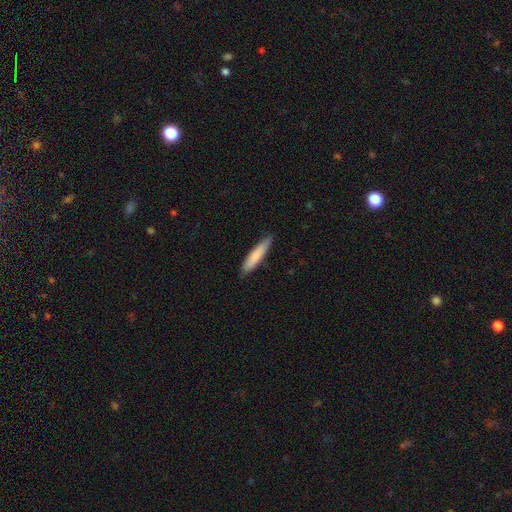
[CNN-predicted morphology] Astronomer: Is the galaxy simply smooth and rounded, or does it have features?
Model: smooth — 80%.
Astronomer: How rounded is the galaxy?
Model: cigar-shaped — 86%.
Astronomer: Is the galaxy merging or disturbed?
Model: none — 86%.